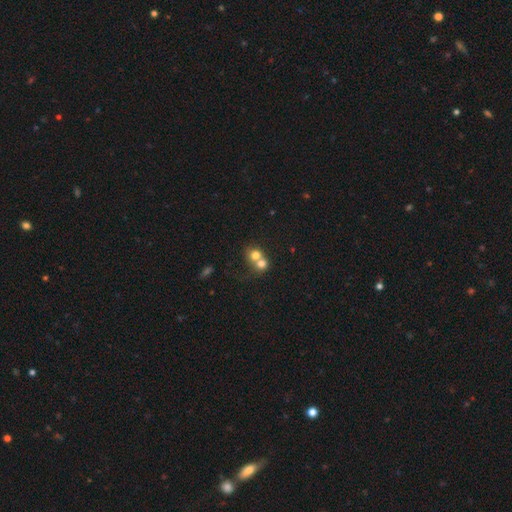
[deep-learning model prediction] Smooth or featured?
  - smooth: 73% *
  - featured or disk: 16%
  - star or artifact: 11%
How rounded?
  - round: 76% *
  - in between: 23%
  - cigar-shaped: 1%
Merging?
  - merger: 68% *
  - none: 25%
  - minor disturbance: 5%
  - major disturbance: 3%